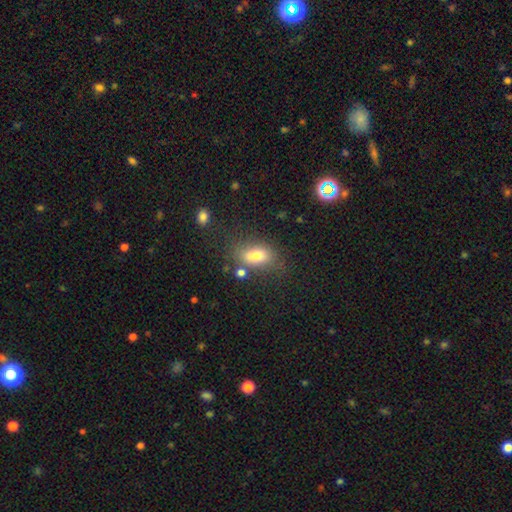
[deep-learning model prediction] Overall: smooth (75%). How rounded: in between (84%). Merging: none (70%).